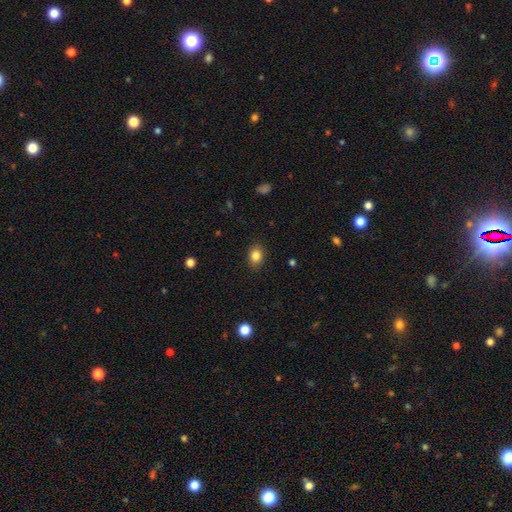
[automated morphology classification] Smooth or featured? smooth (84%)
How rounded? in between (56%)
Merging? none (88%)